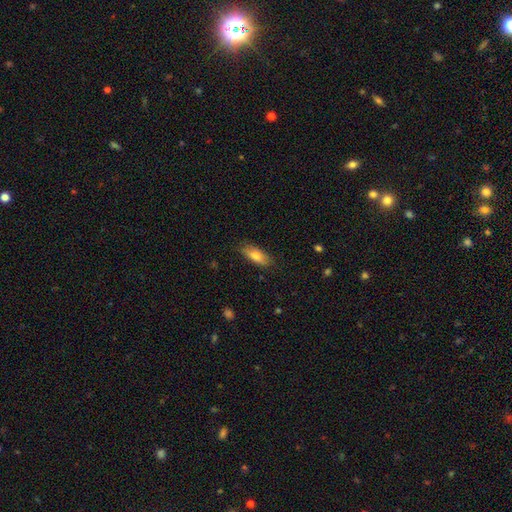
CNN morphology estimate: A smooth galaxy with no disk features (78%) that is in between round and cigar-shaped (75%). Merging: none (82%).